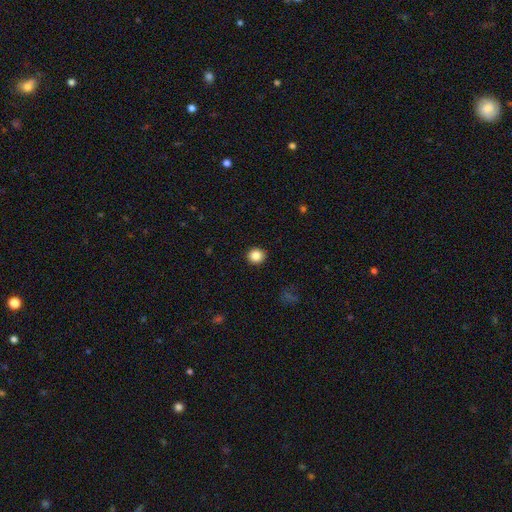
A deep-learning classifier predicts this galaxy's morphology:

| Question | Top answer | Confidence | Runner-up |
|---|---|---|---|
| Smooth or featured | smooth | 85% | star or artifact (10%) |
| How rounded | round | 89% | in between (10%) |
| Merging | none | 93% | minor disturbance (5%) |